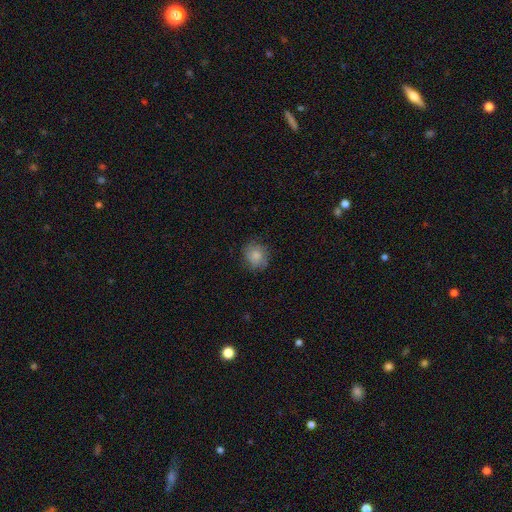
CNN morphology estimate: smooth-or-featured: smooth: 75% | featured or disk: 17% | star or artifact: 9%
  how-rounded: round: 83% | in between: 16% | cigar-shaped: 1%
  merging: none: 77% | minor disturbance: 17% | major disturbance: 5% | merger: 1%